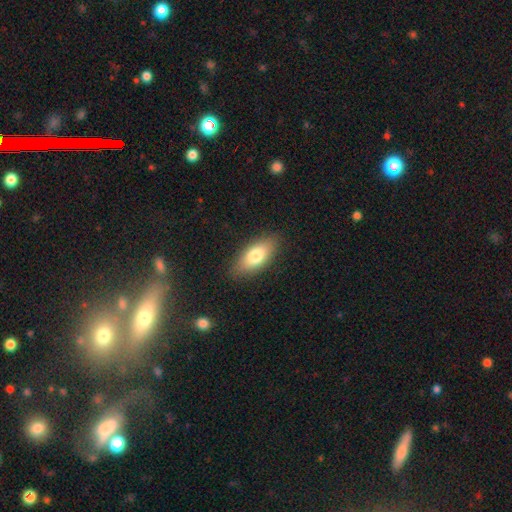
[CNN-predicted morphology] Smooth or featured: smooth — 76% (featured or disk — 17%)
How rounded: in between — 84% (cigar-shaped — 13%)
Merging: none — 85% (minor disturbance — 11%)